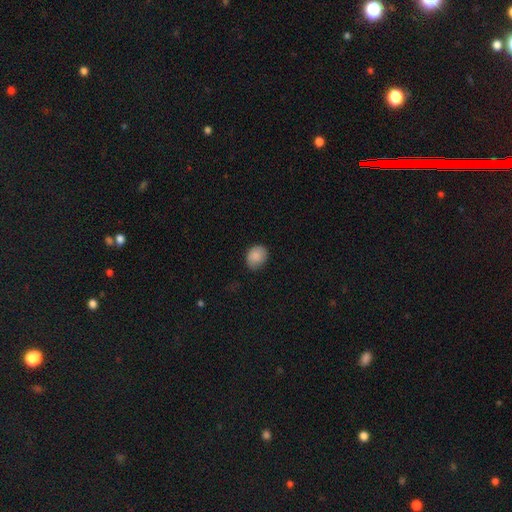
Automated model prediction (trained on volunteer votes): Smooth or featured?
  - smooth: 87% *
  - star or artifact: 7%
  - featured or disk: 5%
How rounded?
  - round: 57% *
  - in between: 42%
  - cigar-shaped: 1%
Merging?
  - none: 74% *
  - minor disturbance: 21%
  - major disturbance: 4%
  - merger: 1%